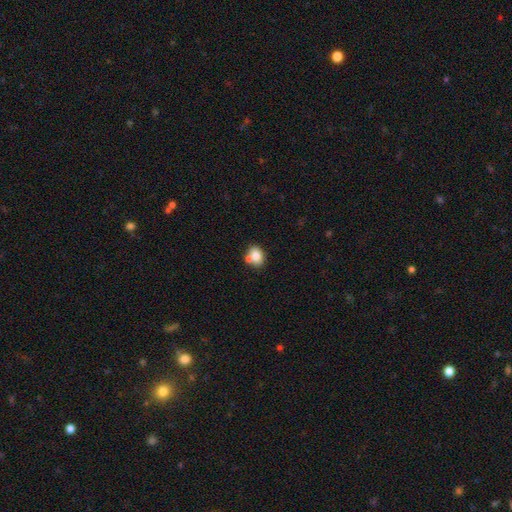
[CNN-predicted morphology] type=smooth (80%); roundness=in between (55%); merging=none (56%).